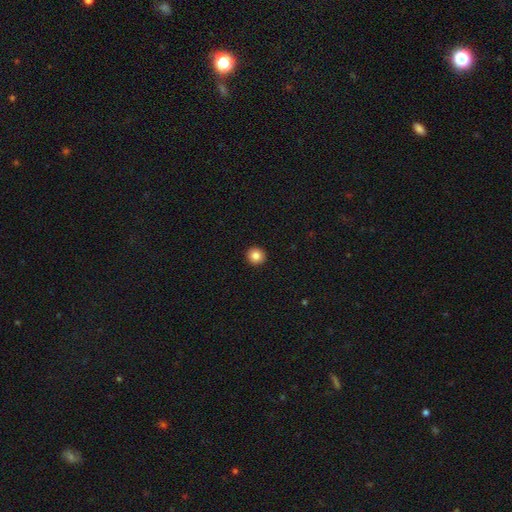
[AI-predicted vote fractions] A smooth galaxy with no disk features (85%) that is round (93%).

Vote fractions:
- Smooth or featured? smooth: 85% / star or artifact: 10% / featured or disk: 5%
- How rounded? round: 93% / in between: 7% / cigar-shaped: 1%
- Merging? none: 94% / minor disturbance: 4% / major disturbance: 1% / merger: 1%